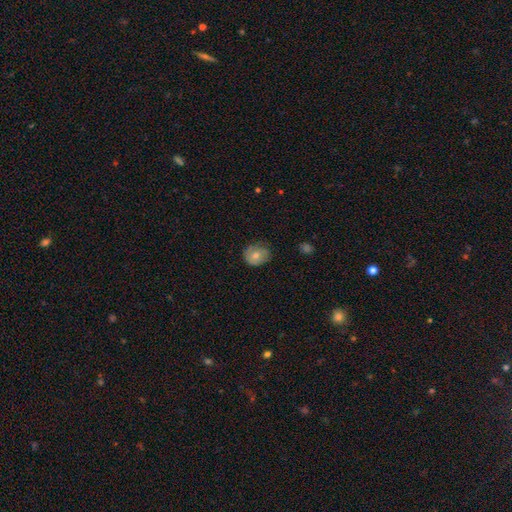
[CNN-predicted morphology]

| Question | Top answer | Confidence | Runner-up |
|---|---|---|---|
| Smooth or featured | smooth | 68% | featured or disk (24%) |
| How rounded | round | 65% | in between (35%) |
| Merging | none | 63% | minor disturbance (28%) |